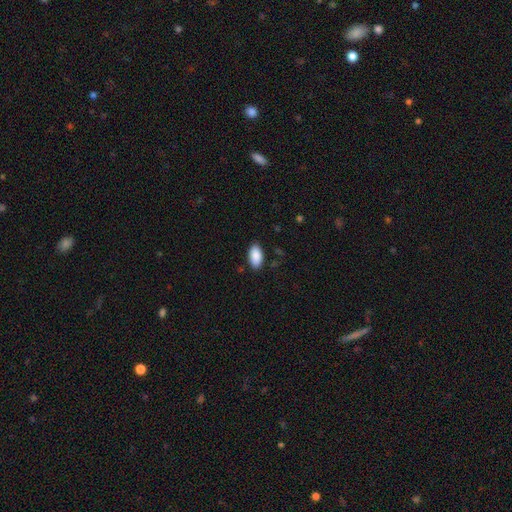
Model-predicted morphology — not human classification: The model was most divided on "merging": none: 86%, minor disturbance: 11%, major disturbance: 2%, merger: 1%. More confident: how rounded — in between (95%); smooth or featured — smooth (90%).